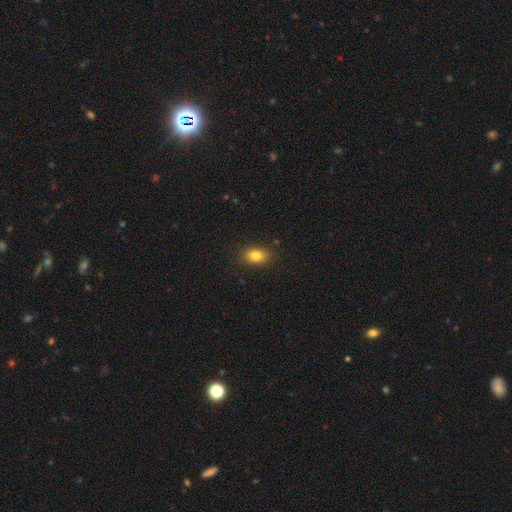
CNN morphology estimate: Q: Smooth or featured?
A: smooth (83%); runner-up: star or artifact (10%)
Q: How rounded?
A: in between (82%); runner-up: round (16%)
Q: Merging?
A: none (86%); runner-up: minor disturbance (10%)